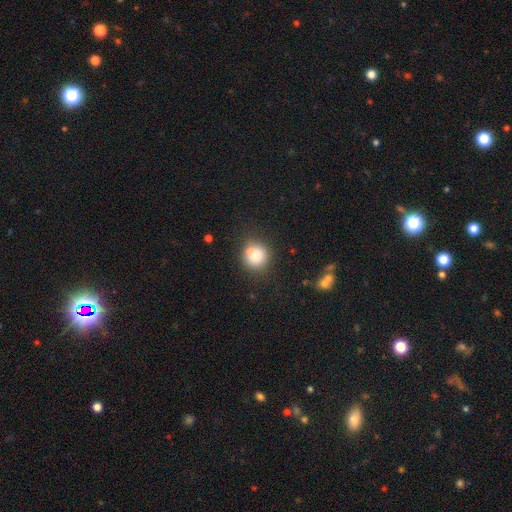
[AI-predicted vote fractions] A smooth galaxy with no disk features (76%) that is round (88%).

Vote fractions:
- Smooth or featured? smooth: 76% / featured or disk: 14% / star or artifact: 11%
- How rounded? round: 88% / in between: 11% / cigar-shaped: 1%
- Merging? none: 61% / merger: 23% / minor disturbance: 12% / major disturbance: 4%